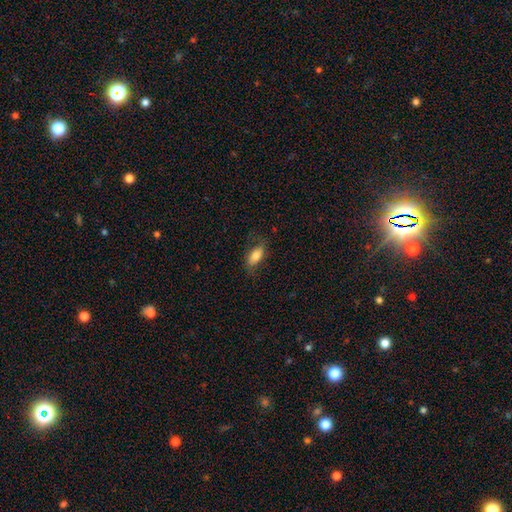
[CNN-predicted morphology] A smooth galaxy with no disk features (74%) that is in between round and cigar-shaped (84%).

Vote fractions:
- Smooth or featured? smooth: 74% / featured or disk: 19% / star or artifact: 7%
- How rounded? in between: 84% / cigar-shaped: 13% / round: 4%
- Merging? none: 71% / minor disturbance: 20% / major disturbance: 8% / merger: 1%